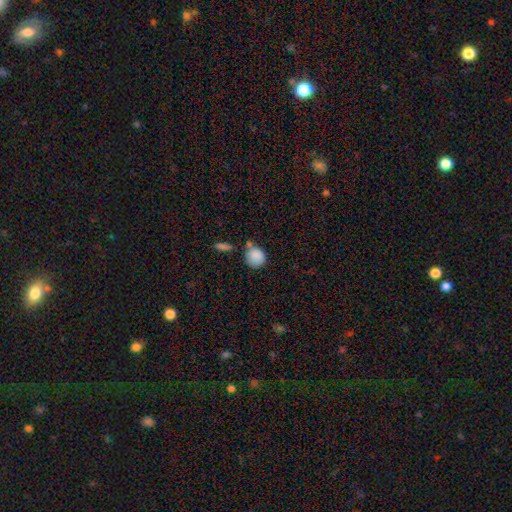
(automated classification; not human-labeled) A smooth galaxy with no disk features (87%) that is round (79%).

Vote fractions:
- Smooth or featured? smooth: 87% / star or artifact: 8% / featured or disk: 5%
- How rounded? round: 79% / in between: 19% / cigar-shaped: 1%
- Merging? none: 59% / minor disturbance: 19% / merger: 16% / major disturbance: 5%